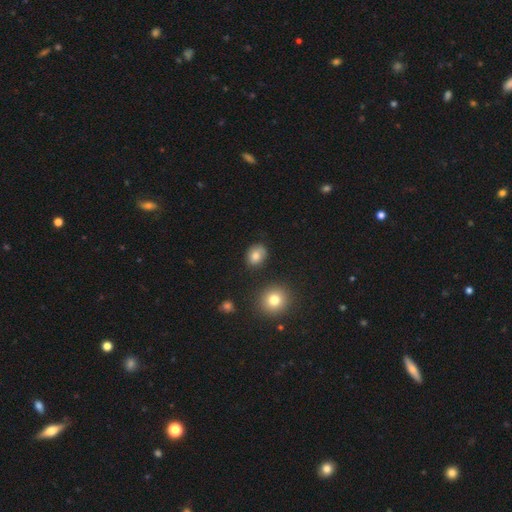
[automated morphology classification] Smooth or featured: smooth — 81% (star or artifact — 11%)
How rounded: round — 49% (tied with in between — 49%)
Merging: none — 79% (minor disturbance — 14%)